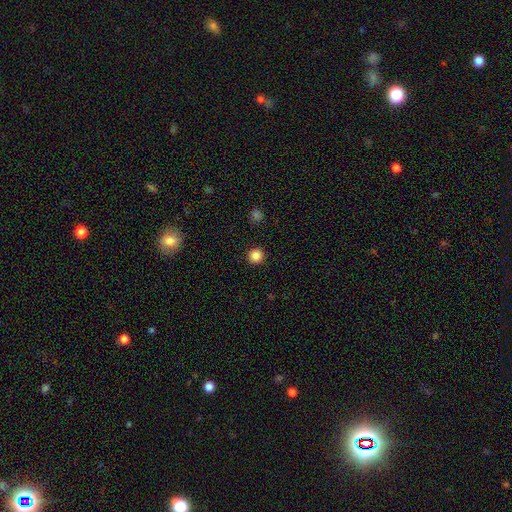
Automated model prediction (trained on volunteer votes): Smooth or featured? Predicted: smooth (p=0.86). How rounded? Predicted: round (p=0.95). Merging? Predicted: none (p=0.93).